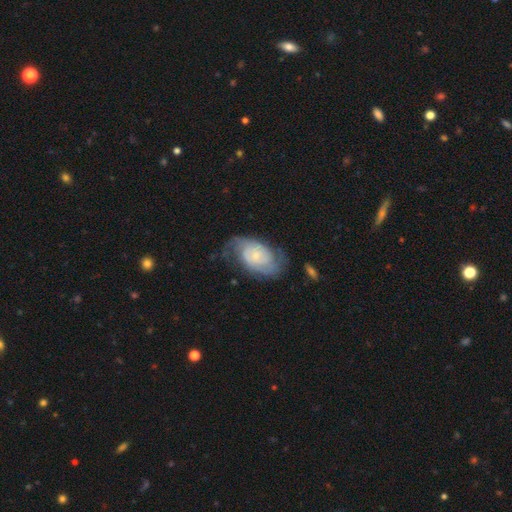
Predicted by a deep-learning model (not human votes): Smooth or featured? Predicted: featured or disk (p=0.77). Edge-on disk? Predicted: no (p=0.97). Bar? Predicted: no (p=0.69). Spiral arms? Predicted: yes (p=0.92). Spiral winding? Predicted: tight (p=0.48). Spiral arm count? Predicted: 2 (p=0.63). Bulge size? Predicted: small (p=0.69). Merging? Predicted: none (p=0.60).